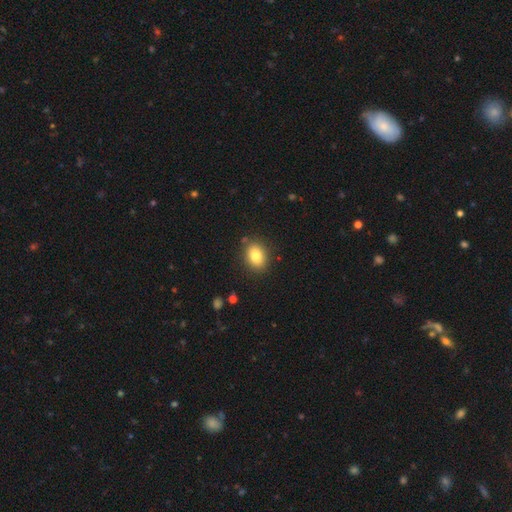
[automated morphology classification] type=smooth (83%); roundness=in between (69%); merging=none (85%).